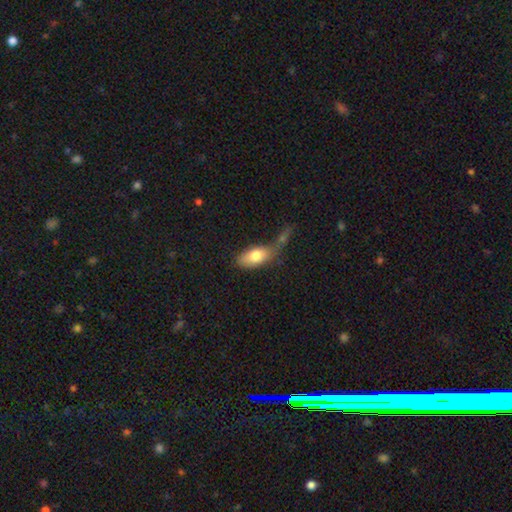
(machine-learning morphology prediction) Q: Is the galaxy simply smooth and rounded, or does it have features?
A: smooth — 76%.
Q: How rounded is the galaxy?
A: in between — 89%.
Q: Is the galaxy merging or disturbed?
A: none — 35%.